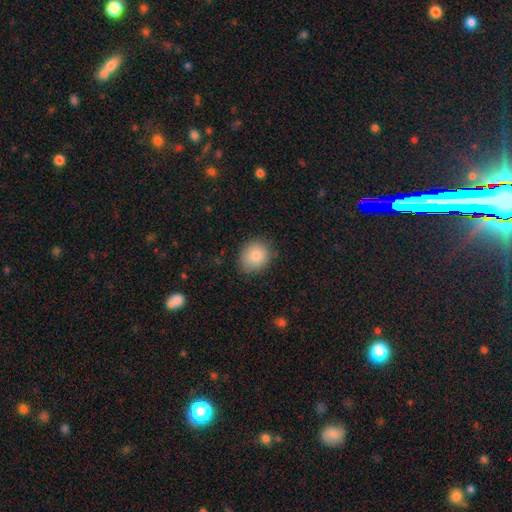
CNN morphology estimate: type=smooth (86%); roundness=round (69%); merging=none (83%).